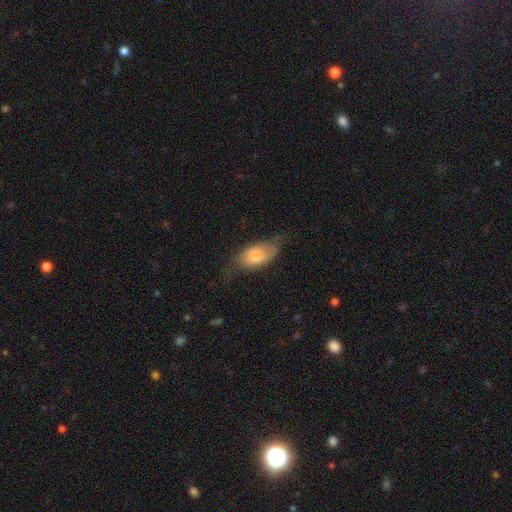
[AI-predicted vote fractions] Q: Smooth or featured?
A: smooth (64%); runner-up: featured or disk (28%)
Q: How rounded?
A: in between (86%); runner-up: cigar-shaped (9%)
Q: Merging?
A: none (41%); runner-up: minor disturbance (32%)